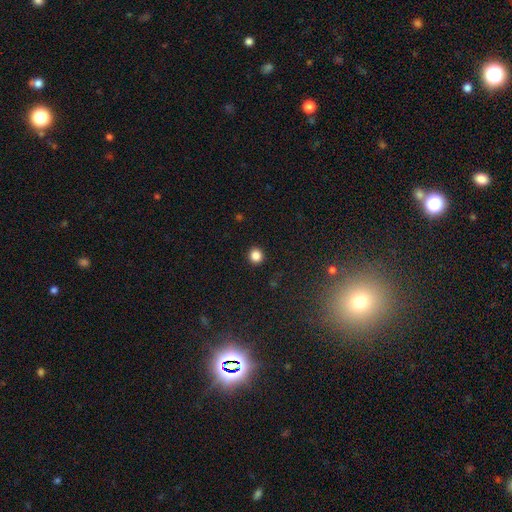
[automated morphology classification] Q: Smooth or featured?
A: smooth (85%); runner-up: star or artifact (11%)
Q: How rounded?
A: round (91%); runner-up: in between (8%)
Q: Merging?
A: none (93%); runner-up: minor disturbance (5%)